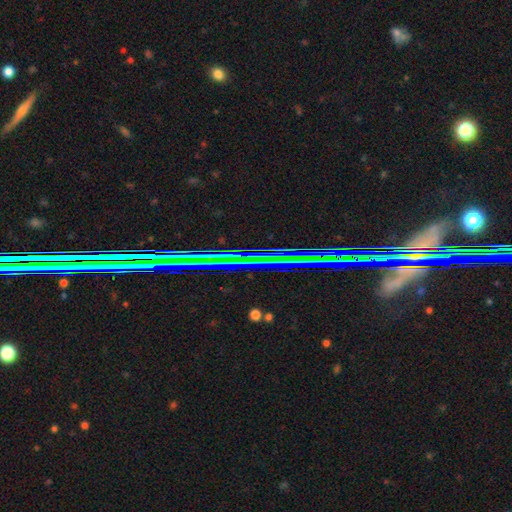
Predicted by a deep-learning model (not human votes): Morphology: type=star or artifact (74%).